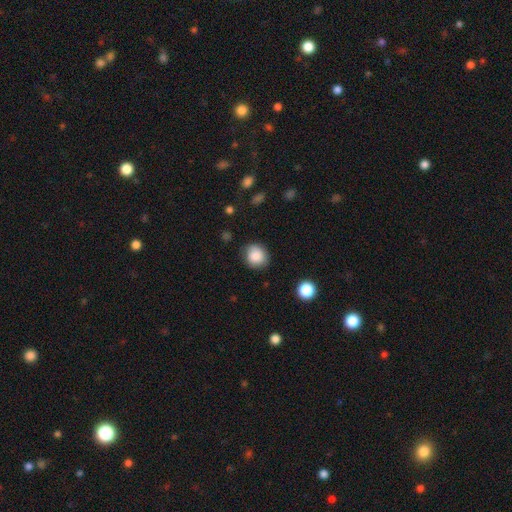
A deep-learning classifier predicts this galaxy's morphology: The model was most divided on "how rounded": round: 82%, in between: 17%, cigar-shaped: 1%. More confident: smooth or featured — smooth (86%); merging — none (81%).